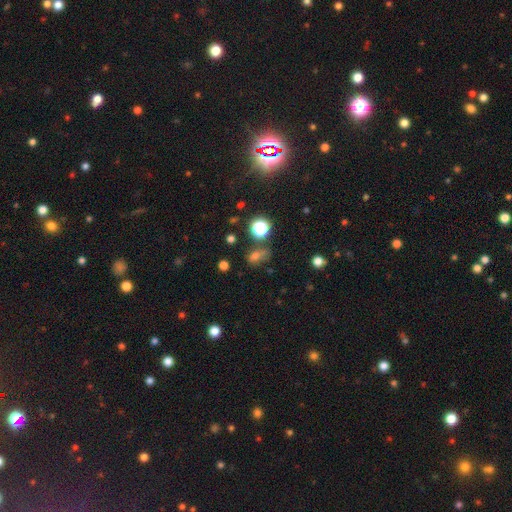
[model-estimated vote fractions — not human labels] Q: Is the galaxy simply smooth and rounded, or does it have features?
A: smooth — 58%.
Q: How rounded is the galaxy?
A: in between — 57%.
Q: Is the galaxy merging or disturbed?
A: none — 57%.